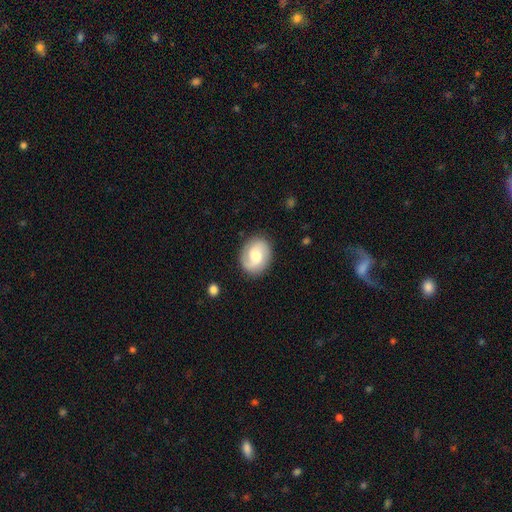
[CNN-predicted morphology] Overall: featured or disk (55%; smooth 38%). Edge-on disk: no (97%). Bar: weak (45%, tied with no). Spiral arms: yes (88%). Bulge size: moderate (59%; small 19%). Merging: none (83%).